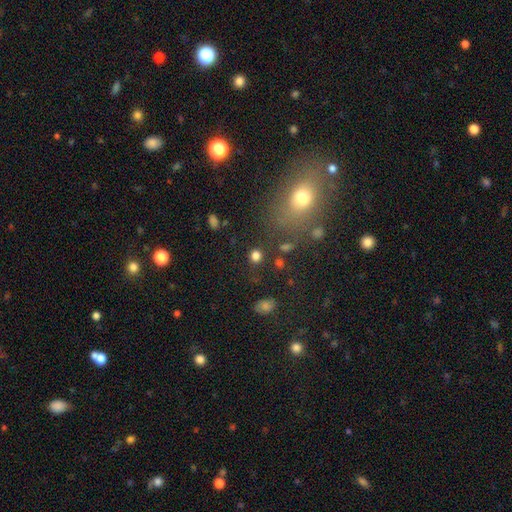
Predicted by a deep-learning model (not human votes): The model was most divided on "smooth or featured": smooth: 79%, star or artifact: 16%, featured or disk: 6%. More confident: how rounded — round (85%); merging — none (83%).